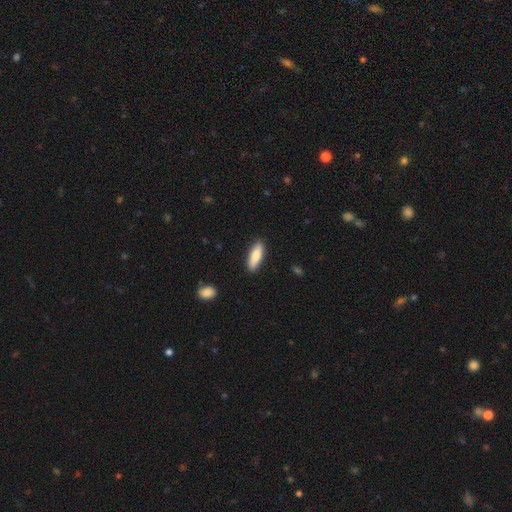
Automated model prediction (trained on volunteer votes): Smooth or featured?
  - smooth: 82% *
  - featured or disk: 13%
  - star or artifact: 6%
How rounded?
  - in between: 56% *
  - cigar-shaped: 42%
  - round: 2%
Merging?
  - none: 87% *
  - minor disturbance: 10%
  - major disturbance: 2%
  - merger: 1%